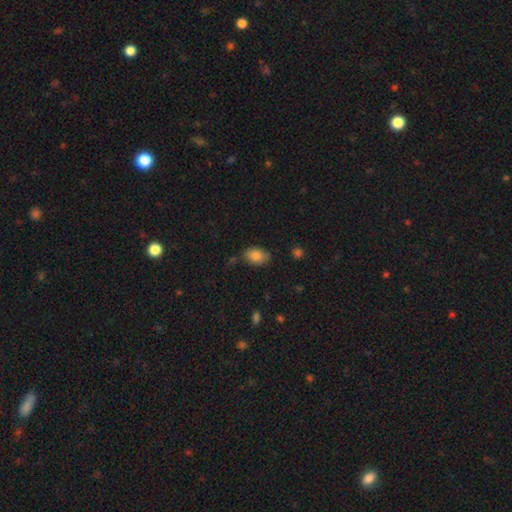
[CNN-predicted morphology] smooth 84%, star or artifact 8%, featured or disk 8%. Down the decision tree: how rounded — in between (87%); merging — none (76%).